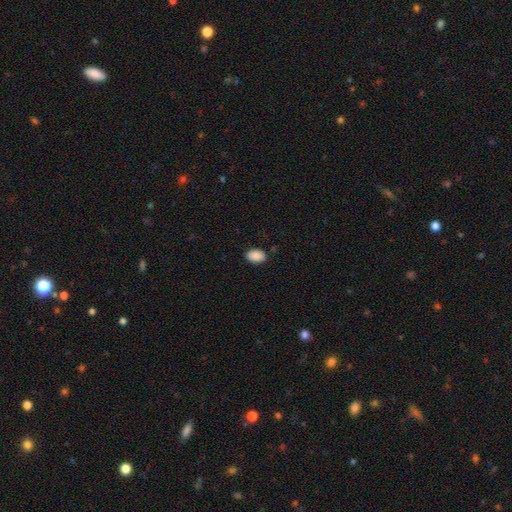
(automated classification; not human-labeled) smooth_or_featured: smooth (p=0.90) [alt: star or artifact p=0.07]
how_rounded: in between (p=0.89) [alt: round p=0.10]
merging: none (p=0.86) [alt: minor disturbance p=0.10]